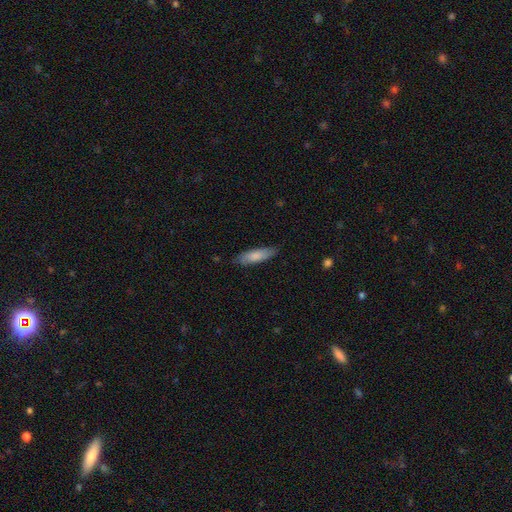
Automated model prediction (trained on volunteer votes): A smooth galaxy with no disk features (79%) that is cigar-shaped (56%). Merging: none (81%).